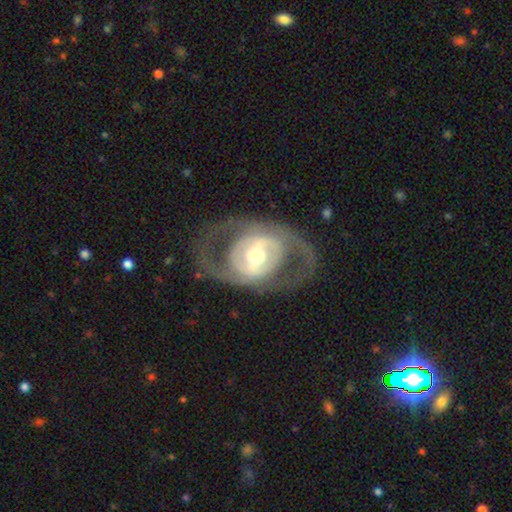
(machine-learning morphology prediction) smooth_or_featured: featured or disk (p=0.79) [alt: smooth p=0.17]
disk_edge_on: no (p=0.93) [alt: yes p=0.07]
bar: strong (p=0.35) [alt: weak p=0.34]
has_spiral_arms: no (p=0.51) [alt: yes p=0.49]
bulge_size: moderate (p=0.67) [alt: small p=0.17]
merging: none (p=0.72) [alt: major disturbance p=0.14]